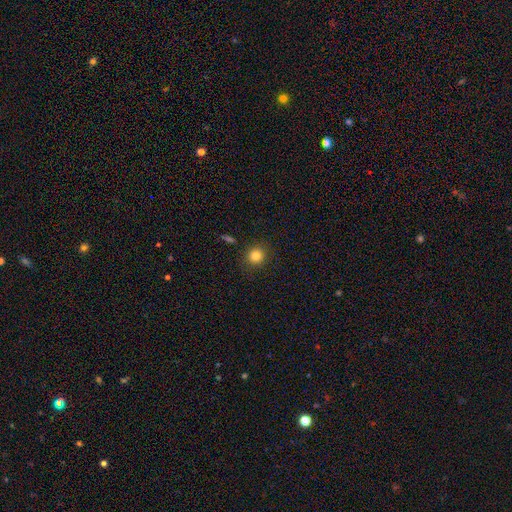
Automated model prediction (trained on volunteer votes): This appears to be a smooth galaxy with no disk features (83%) that is round (91%). Merging: none (88%).